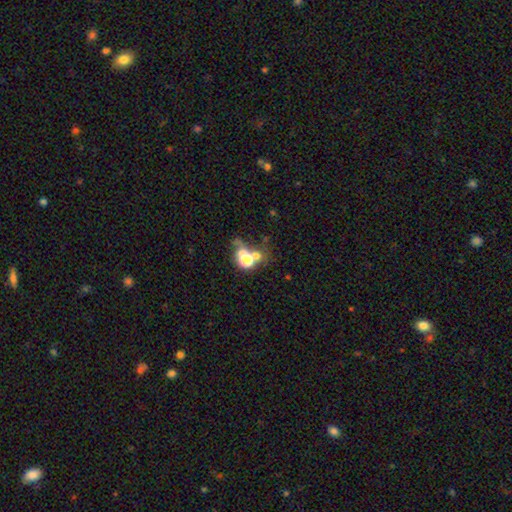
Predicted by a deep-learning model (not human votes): Q: Smooth or featured?
A: smooth (52%); runner-up: star or artifact (31%)
Q: How rounded?
A: round (73%); runner-up: in between (25%)
Q: Merging?
A: none (38%); runner-up: merger (37%)